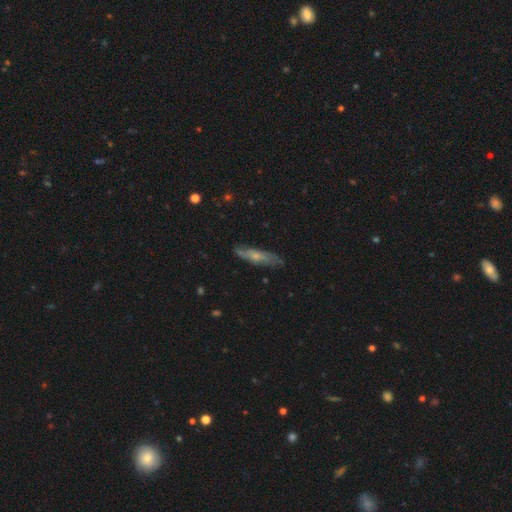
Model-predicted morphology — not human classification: Smooth or featured?
  - featured or disk: 51% *
  - smooth: 42%
  - star or artifact: 7%
Edge-on disk?
  - yes: 59% *
  - no: 41%
Merging?
  - none: 74% *
  - minor disturbance: 19%
  - major disturbance: 4%
  - merger: 2%